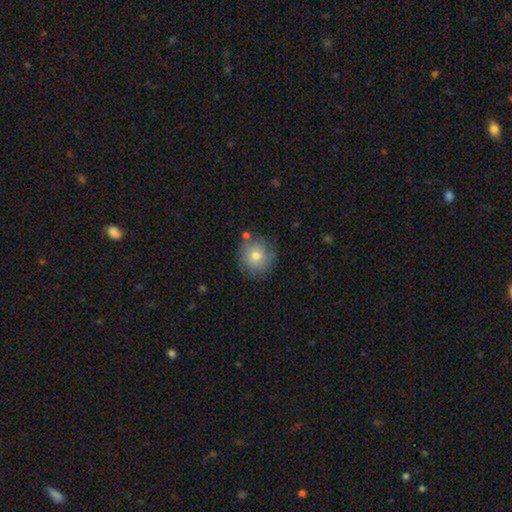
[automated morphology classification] Overall: smooth (76%). How rounded: round (92%). Merging: none (77%).